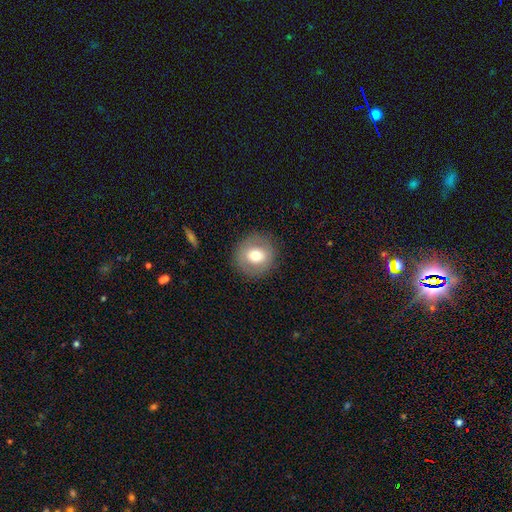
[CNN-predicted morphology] smooth 69%, featured or disk 22%, star or artifact 9%. Down the decision tree: how rounded — round (90%); merging — none (88%).